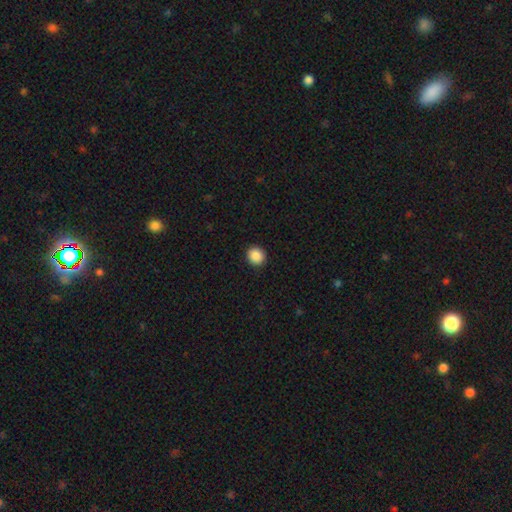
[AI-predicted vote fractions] Smooth or featured?
  - smooth: 89% *
  - star or artifact: 9%
  - featured or disk: 3%
How rounded?
  - round: 89% *
  - in between: 10%
  - cigar-shaped: 1%
Merging?
  - none: 93% *
  - minor disturbance: 5%
  - major disturbance: 2%
  - merger: 1%